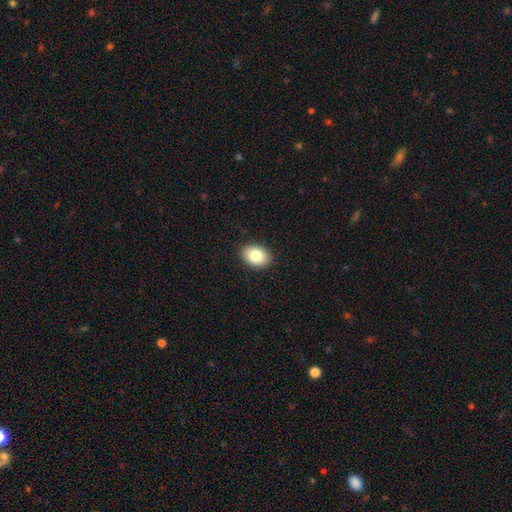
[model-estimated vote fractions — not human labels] Morphology: type=smooth (83%); roundness=in between (76%); merging=none (90%).